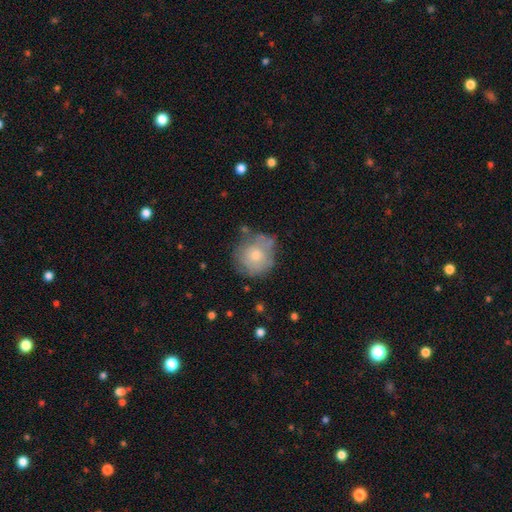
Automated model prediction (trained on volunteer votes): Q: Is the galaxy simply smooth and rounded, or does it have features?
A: smooth — 63%.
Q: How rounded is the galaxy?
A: round — 87%.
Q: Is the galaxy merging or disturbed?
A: none — 56%.